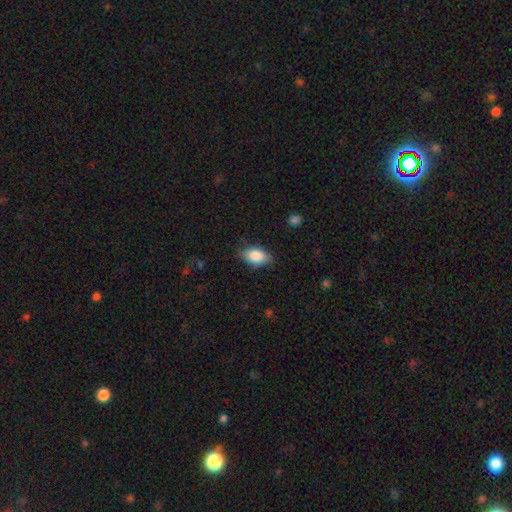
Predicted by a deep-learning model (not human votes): Smooth or featured? Predicted: smooth (p=0.86). How rounded? Predicted: in between (p=0.91). Merging? Predicted: none (p=0.78).